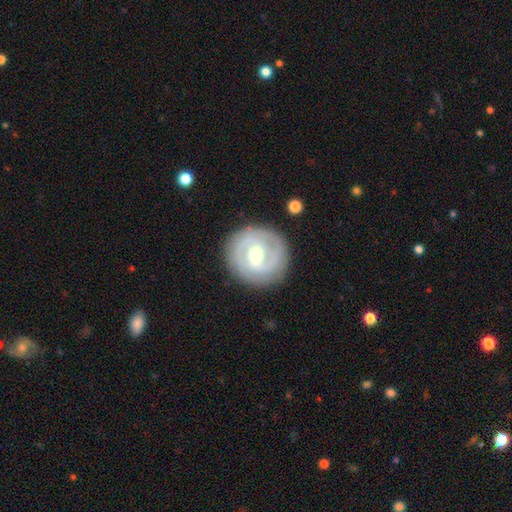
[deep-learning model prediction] A featured or disk galaxy (77%) with a weak bar (51%), 2 (63%) tight (60%) spiral arms (82%) and a moderate central bulge (75%).

Vote fractions:
- Smooth or featured? featured or disk: 77% / smooth: 18% / star or artifact: 5%
- Edge-on disk? no: 97% / yes: 3%
- Bar? weak: 51% / strong: 26% / no: 23%
- Spiral arms? yes: 82% / no: 18%
- Spiral winding? tight: 60% / medium: 29% / loose: 10%
- Spiral arm count? 2: 63% / can't tell: 19% / 3: 10% / 1: 4% / 4: 3% / more than 4: 2%
- Bulge size? moderate: 75% / small: 18% / large: 5% / dominant: 1% / none: 1%
- Merging? none: 85% / minor disturbance: 10% / major disturbance: 3% / merger: 1%